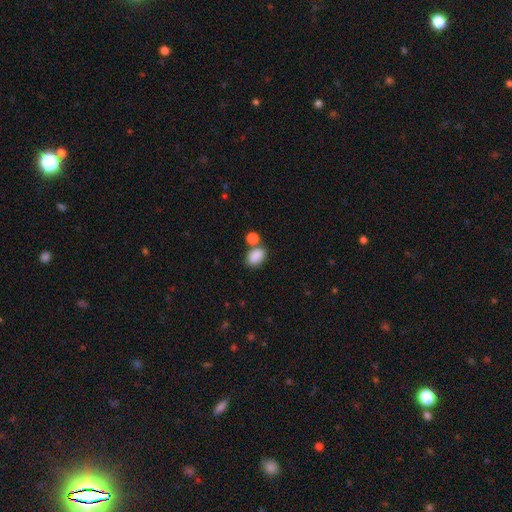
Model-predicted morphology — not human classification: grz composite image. It shows a smooth galaxy with no disk features (87%) that is in between round and cigar-shaped (82%). Merging: none (60%).